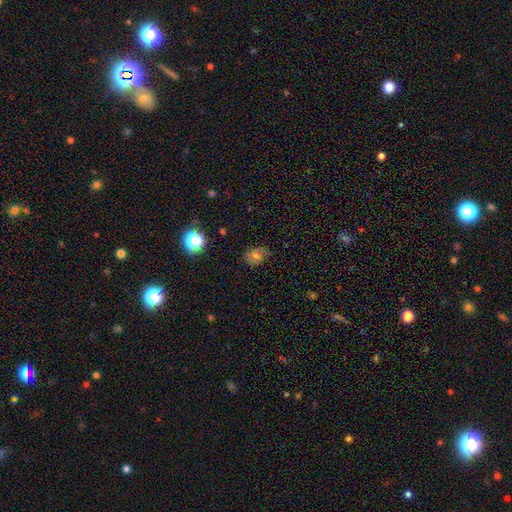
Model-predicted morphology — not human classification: smooth-or-featured: smooth: 51% | featured or disk: 27% | star or artifact: 22%
  how-rounded: in between: 64% | round: 34% | cigar-shaped: 2%
  merging: none: 69% | minor disturbance: 22% | major disturbance: 8% | merger: 2%